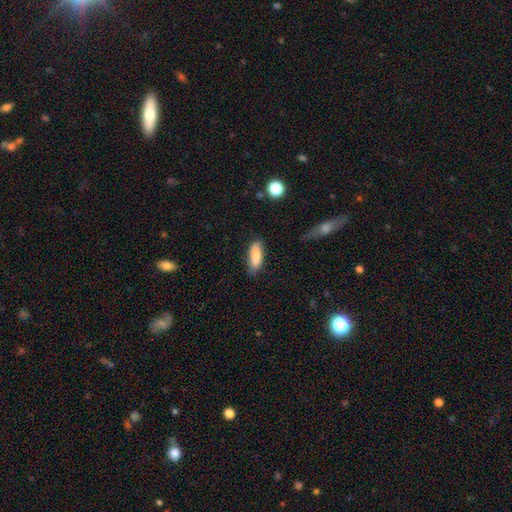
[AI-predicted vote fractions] Smooth or featured? Predicted: smooth (p=0.84). How rounded? Predicted: in between (p=0.61). Merging? Predicted: none (p=0.74).